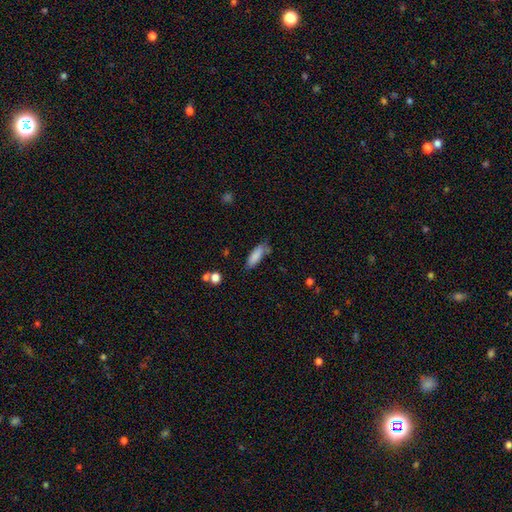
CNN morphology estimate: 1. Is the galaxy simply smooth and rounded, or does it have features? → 85% smooth, 8% featured or disk, 7% star or artifact.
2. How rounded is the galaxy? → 57% in between, 41% cigar-shaped, 2% round.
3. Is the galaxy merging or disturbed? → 64% none, 25% minor disturbance, 6% major disturbance, 5% merger.